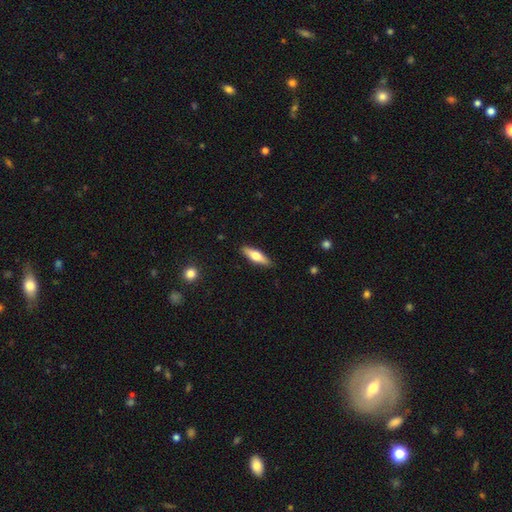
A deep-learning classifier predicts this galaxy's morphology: Smooth or featured? smooth (56%)
How rounded? cigar-shaped (59%)
Merging? none (89%)